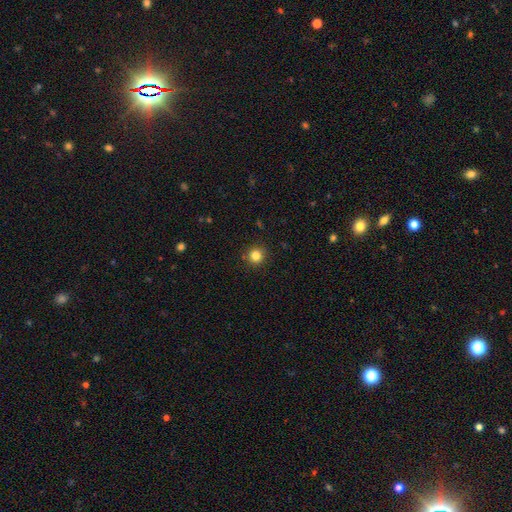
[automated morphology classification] Smooth or featured?
  - smooth: 82% *
  - star or artifact: 13%
  - featured or disk: 5%
How rounded?
  - round: 94% *
  - in between: 5%
  - cigar-shaped: 1%
Merging?
  - none: 91% *
  - minor disturbance: 6%
  - major disturbance: 2%
  - merger: 1%